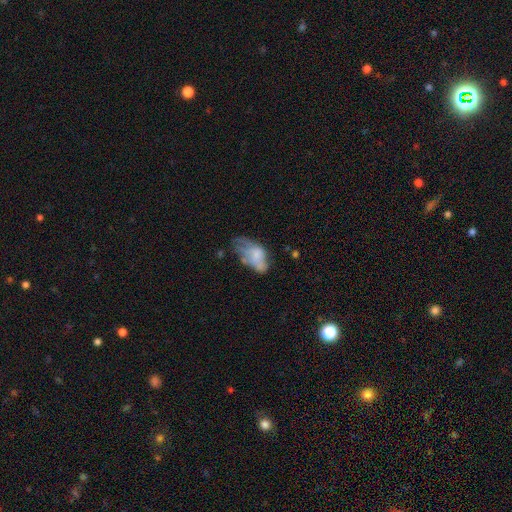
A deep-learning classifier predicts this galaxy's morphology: Q: Smooth or featured?
A: smooth (56%); runner-up: featured or disk (35%)
Q: How rounded?
A: in between (91%); runner-up: round (6%)
Q: Merging?
A: major disturbance (38%); runner-up: minor disturbance (30%)